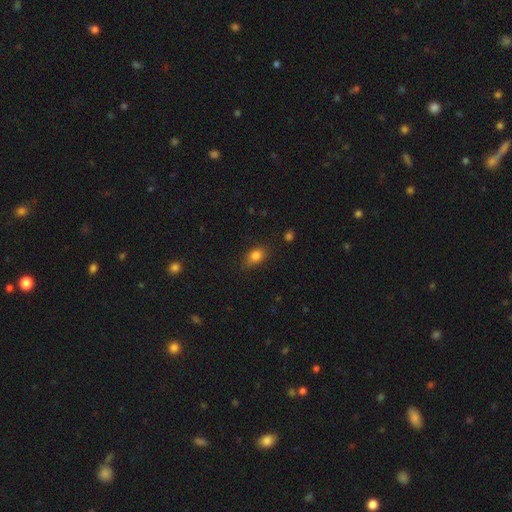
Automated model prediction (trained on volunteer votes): This appears to be a smooth galaxy with no disk features (82%) that is in between round and cigar-shaped (76%). Merging: none (79%).